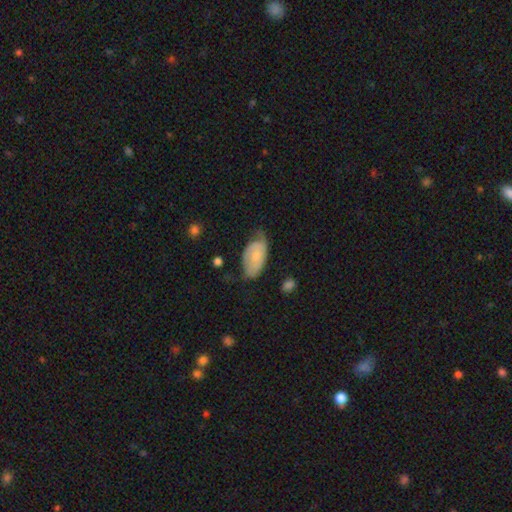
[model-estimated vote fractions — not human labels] smooth 53%, featured or disk 41%, star or artifact 6%. Down the decision tree: how rounded — in between (94%); merging — none (43%).